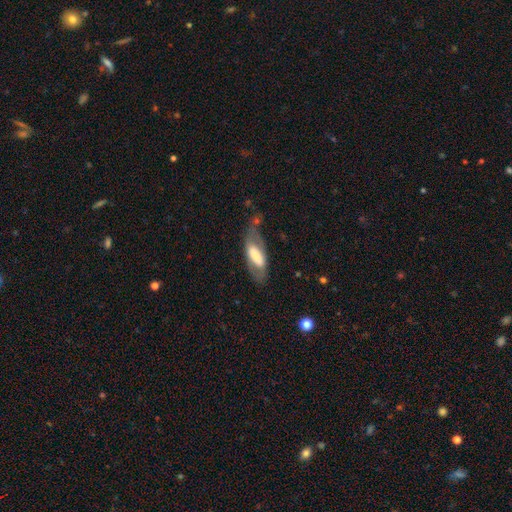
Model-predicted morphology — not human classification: Smooth or featured? Predicted: featured or disk (p=0.48). Merging? Predicted: none (p=0.53).